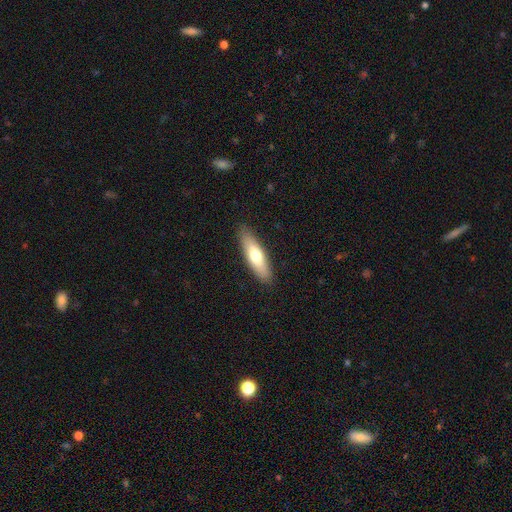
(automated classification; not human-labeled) A smooth galaxy with no disk features (65%) that is cigar-shaped (54%).

Vote fractions:
- Smooth or featured? smooth: 65% / featured or disk: 29% / star or artifact: 5%
- How rounded? cigar-shaped: 54% / in between: 44% / round: 2%
- Merging? none: 88% / minor disturbance: 9% / major disturbance: 2% / merger: 1%